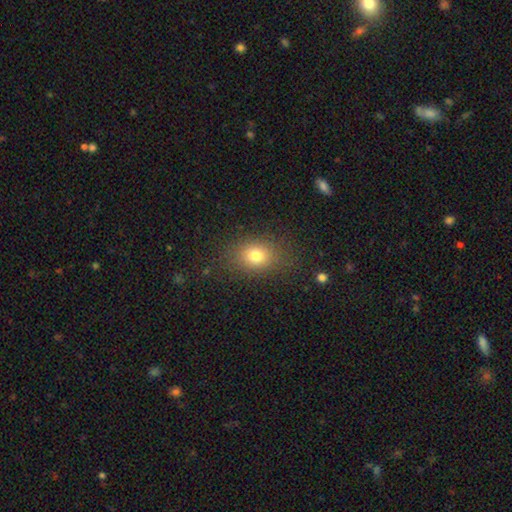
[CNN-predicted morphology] The model was most divided on "how rounded": in between: 53%, round: 46%, cigar-shaped: 1%. More confident: merging — none (83%); smooth or featured — smooth (75%).